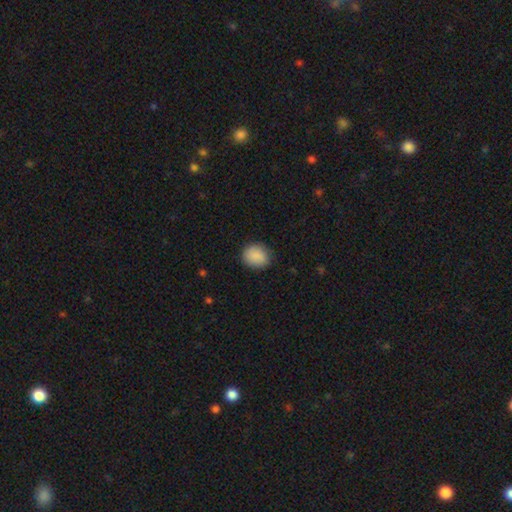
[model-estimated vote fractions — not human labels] Smooth or featured?
  - smooth: 89% *
  - star or artifact: 8%
  - featured or disk: 4%
How rounded?
  - round: 66% *
  - in between: 33%
  - cigar-shaped: 1%
Merging?
  - none: 85% *
  - minor disturbance: 12%
  - major disturbance: 3%
  - merger: 1%